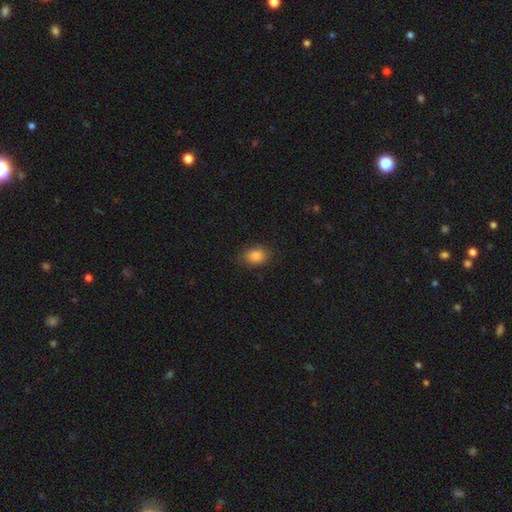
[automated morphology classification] The model was most divided on "how rounded": in between: 66%, round: 33%, cigar-shaped: 1%. More confident: smooth or featured — smooth (87%); merging — none (83%).